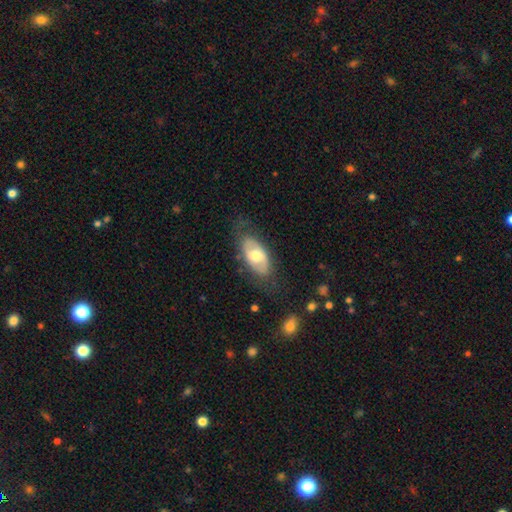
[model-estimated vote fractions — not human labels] A smooth galaxy with no disk features (51%) that is in between round and cigar-shaped (91%).

Vote fractions:
- Smooth or featured? smooth: 51% / featured or disk: 44% / star or artifact: 6%
- How rounded? in between: 91% / round: 5% / cigar-shaped: 4%
- Merging? none: 70% / minor disturbance: 19% / major disturbance: 9% / merger: 2%